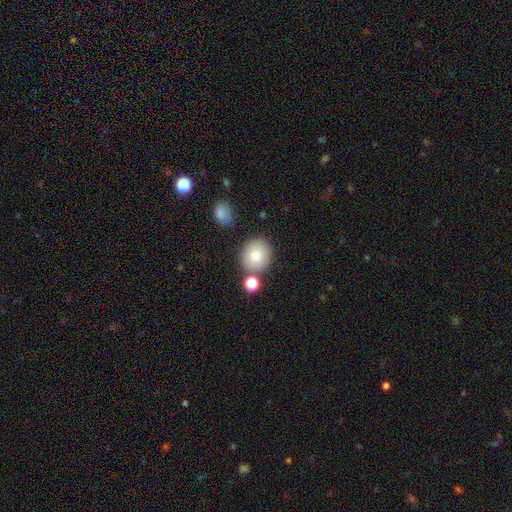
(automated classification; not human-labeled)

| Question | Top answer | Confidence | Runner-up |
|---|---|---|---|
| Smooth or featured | smooth | 80% | featured or disk (11%) |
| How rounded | round | 76% | in between (23%) |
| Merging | none | 77% | minor disturbance (10%) |